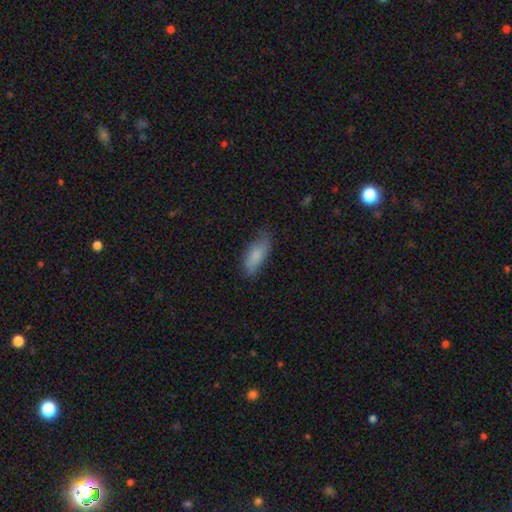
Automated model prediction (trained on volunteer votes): The model was most divided on "merging": none: 68%, minor disturbance: 24%, major disturbance: 6%, merger: 1%. More confident: smooth or featured — smooth (84%); how rounded — in between (77%).